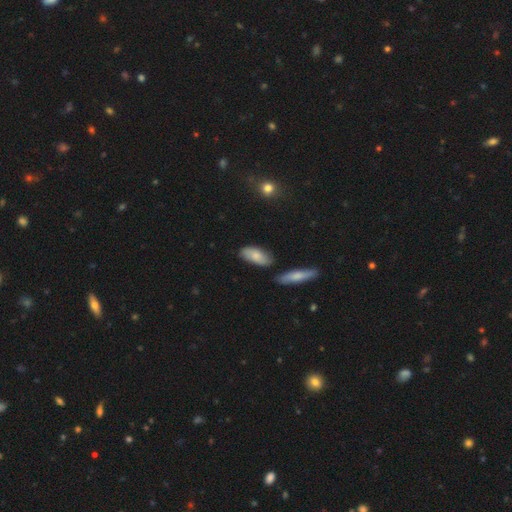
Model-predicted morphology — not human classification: smooth 76%, featured or disk 18%, star or artifact 6%. Down the decision tree: how rounded — in between (85%); merging — none (72%).